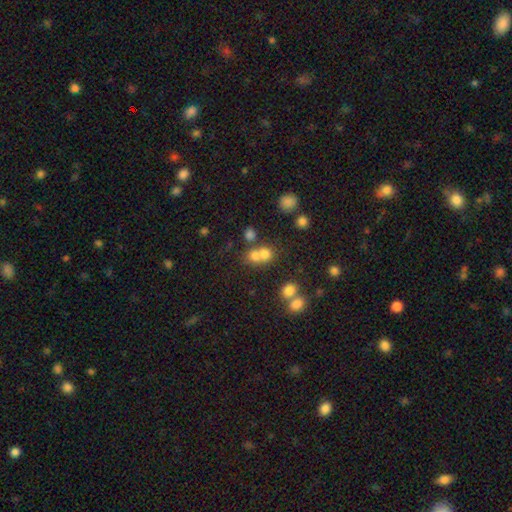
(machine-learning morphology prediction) A smooth galaxy with no disk features (70%) that is round (79%).

Vote fractions:
- Smooth or featured? smooth: 70% / star or artifact: 17% / featured or disk: 12%
- How rounded? round: 79% / in between: 20% / cigar-shaped: 1%
- Merging? merger: 52% / none: 37% / minor disturbance: 7% / major disturbance: 4%